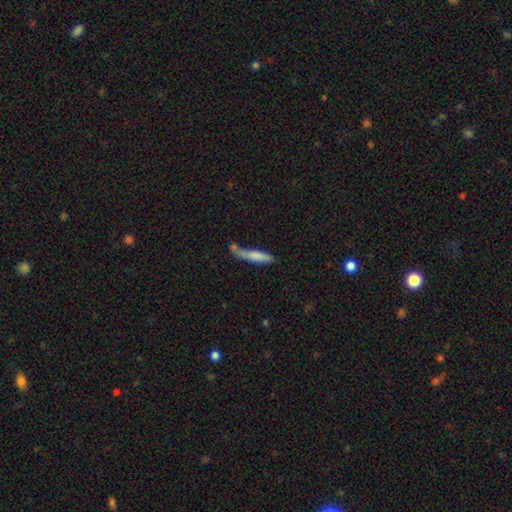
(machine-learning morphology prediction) Smooth or featured? smooth (71%)
How rounded? cigar-shaped (84%)
Merging? none (44%)